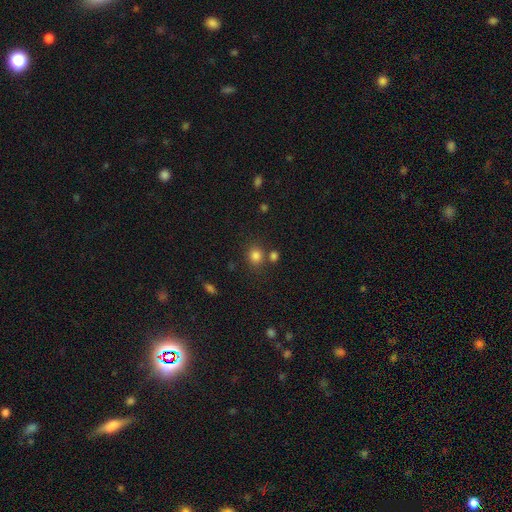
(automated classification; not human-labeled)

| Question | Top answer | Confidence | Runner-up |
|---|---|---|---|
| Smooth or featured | smooth | 82% | star or artifact (13%) |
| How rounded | round | 77% | in between (22%) |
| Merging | none | 72% | merger (14%) |